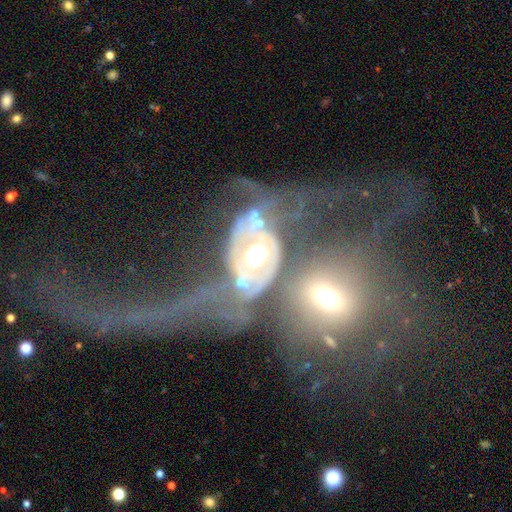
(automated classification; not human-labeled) featured or disk 74%, smooth 16%, star or artifact 10%. Down the decision tree: edge-on disk — no (91%); bar — no (71%); spiral arms — yes (62%); bulge size — moderate (60%); merging — merger (55%).